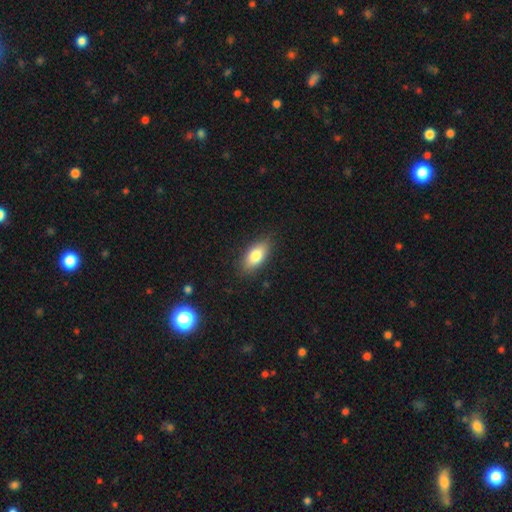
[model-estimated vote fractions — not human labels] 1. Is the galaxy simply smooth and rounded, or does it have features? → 81% smooth, 12% featured or disk, 7% star or artifact.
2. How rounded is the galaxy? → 88% in between, 8% cigar-shaped, 4% round.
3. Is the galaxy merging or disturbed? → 85% none, 11% minor disturbance, 3% major disturbance, 1% merger.